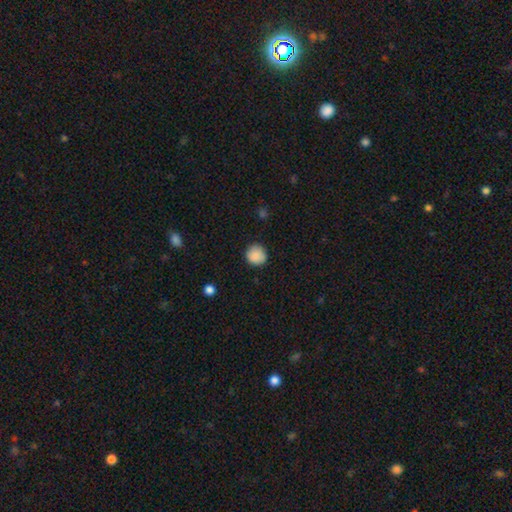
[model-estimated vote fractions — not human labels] Q: Smooth or featured?
A: smooth (88%); runner-up: star or artifact (8%)
Q: How rounded?
A: round (92%); runner-up: in between (7%)
Q: Merging?
A: none (86%); runner-up: minor disturbance (11%)